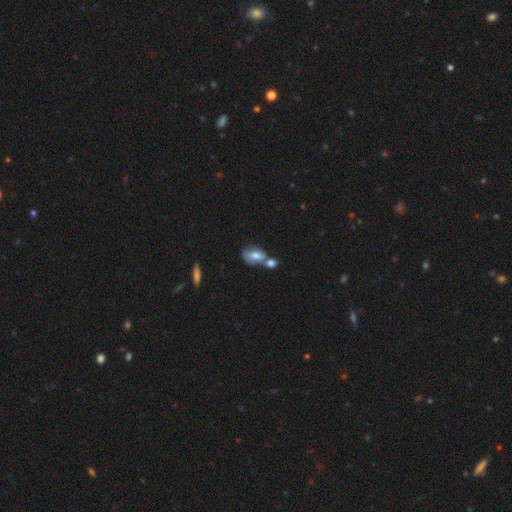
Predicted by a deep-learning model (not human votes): Morphology: type=smooth (58%); roundness=in between (83%); merging=merger (52%).